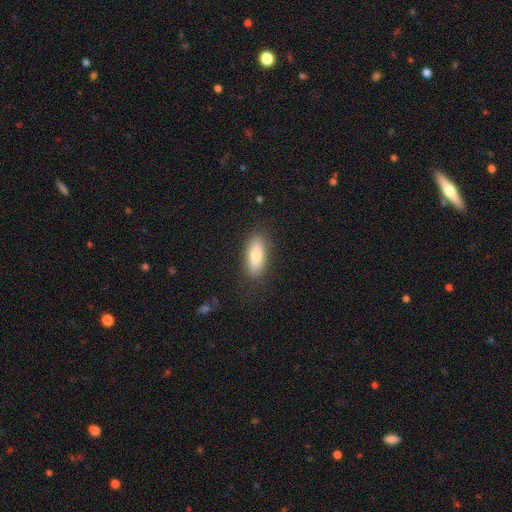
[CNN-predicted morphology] This appears to be a smooth galaxy with no disk features (77%) that is in between round and cigar-shaped (72%). Merging: none (85%).